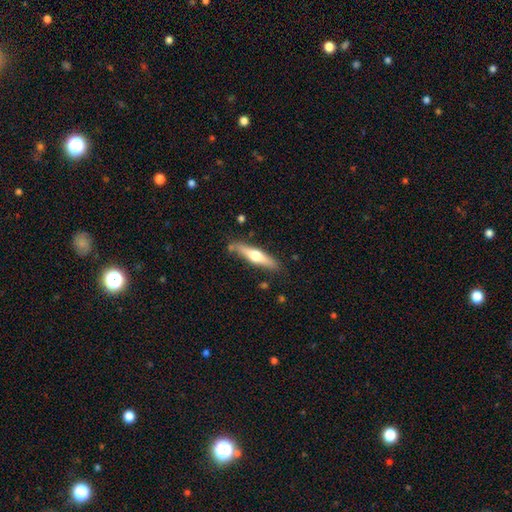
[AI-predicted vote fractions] This appears to be a featured or disk galaxy (51%) viewed edge-on (93%). Merging: none (81%).